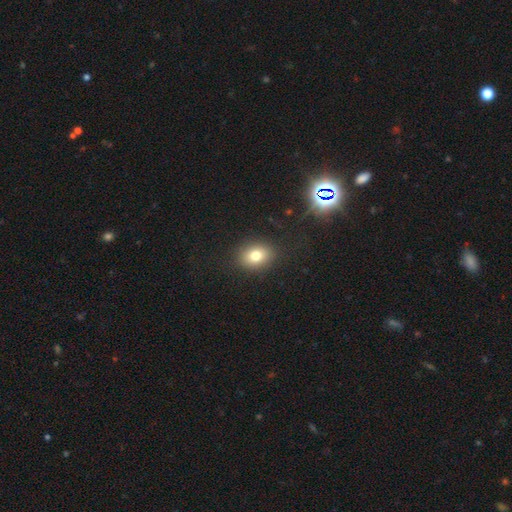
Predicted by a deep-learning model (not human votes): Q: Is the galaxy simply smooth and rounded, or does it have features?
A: smooth — 77%.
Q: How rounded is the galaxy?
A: in between — 55%.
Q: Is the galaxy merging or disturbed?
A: none — 87%.